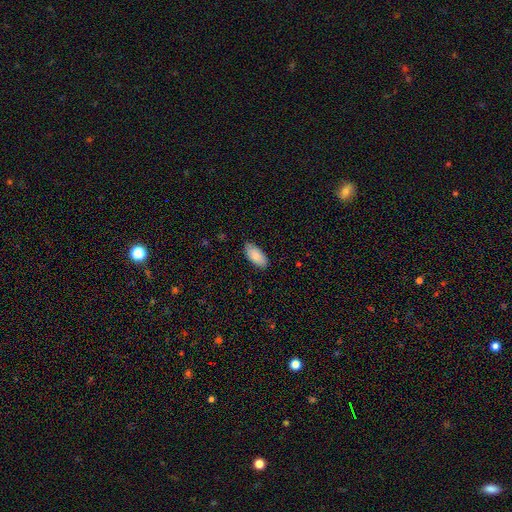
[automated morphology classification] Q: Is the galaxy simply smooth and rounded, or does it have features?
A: smooth — 85%.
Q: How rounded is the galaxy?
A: in between — 93%.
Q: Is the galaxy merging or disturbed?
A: none — 80%.